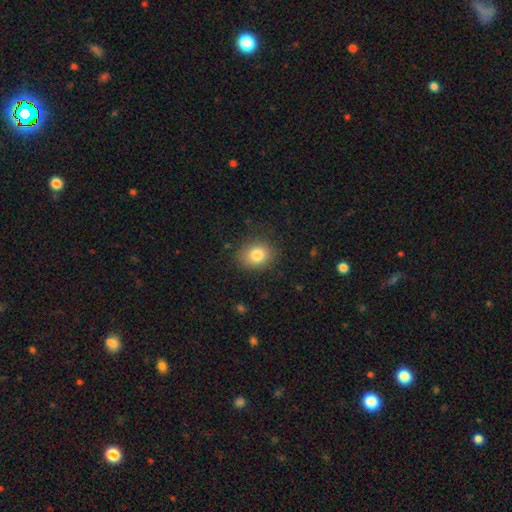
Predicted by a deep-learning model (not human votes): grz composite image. It shows a smooth galaxy with no disk features (81%) that is round (56%). Merging: none (85%).